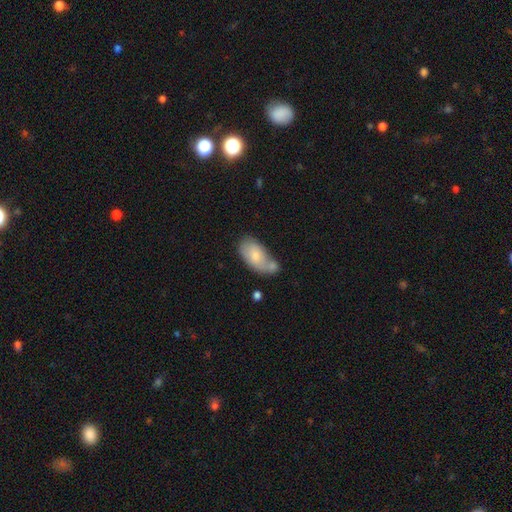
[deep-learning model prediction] Smooth or featured: smooth — 71% (featured or disk — 23%)
How rounded: in between — 93% (round — 4%)
Merging: merger — 39% (none — 33%)